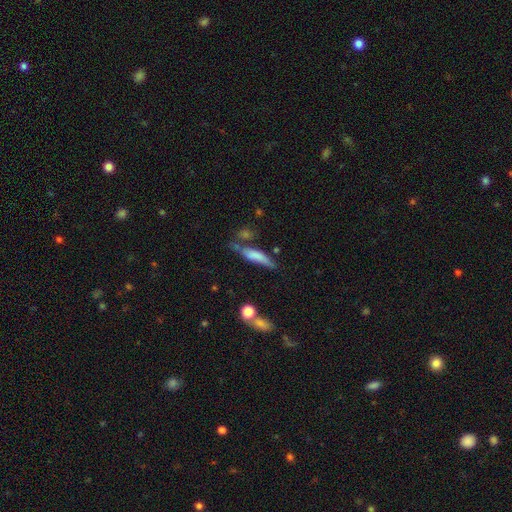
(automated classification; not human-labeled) Q: Smooth or featured?
A: smooth (67%); runner-up: featured or disk (25%)
Q: How rounded?
A: cigar-shaped (73%); runner-up: in between (25%)
Q: Merging?
A: none (50%); runner-up: minor disturbance (26%)